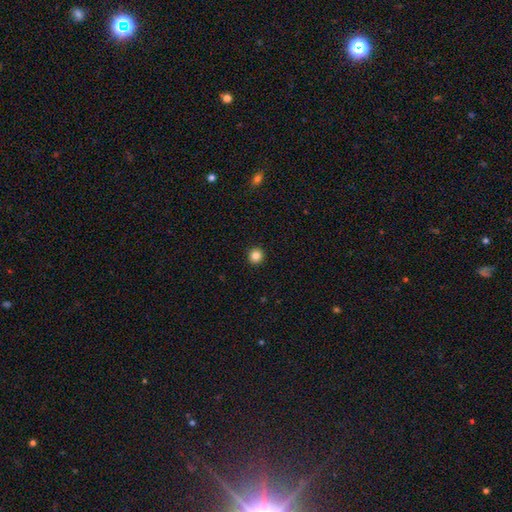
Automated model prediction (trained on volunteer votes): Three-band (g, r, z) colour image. It shows a smooth galaxy with no disk features (85%) that is round (94%). Merging: none (94%).